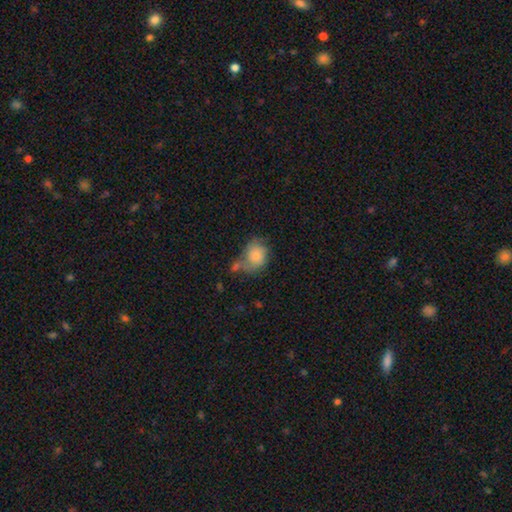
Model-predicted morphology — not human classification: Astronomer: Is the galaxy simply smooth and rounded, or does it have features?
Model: smooth — 76%.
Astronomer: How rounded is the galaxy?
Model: round — 55% (runner-up: in between, 44%).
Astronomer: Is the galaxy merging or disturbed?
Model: none — 38% (runner-up: minor disturbance, 26%).